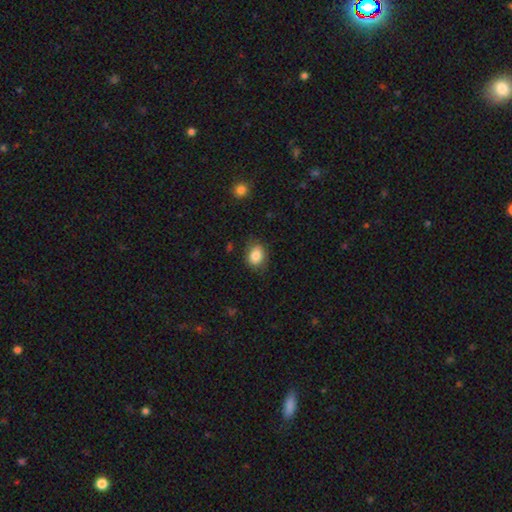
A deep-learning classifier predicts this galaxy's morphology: Smooth or featured? Predicted: smooth (p=0.85). How rounded? Predicted: in between (p=0.64). Merging? Predicted: none (p=0.76).